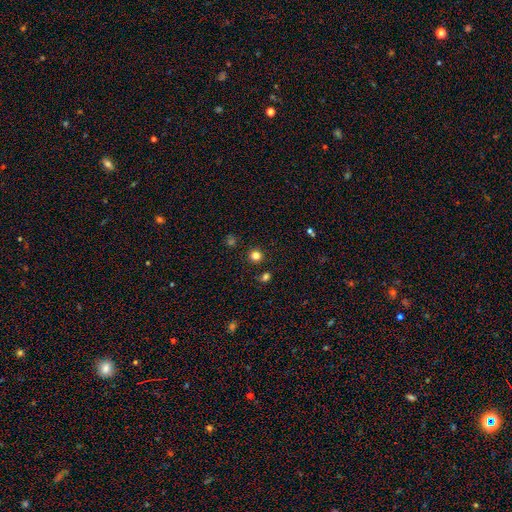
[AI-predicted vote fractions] Smooth or featured? Predicted: smooth (p=0.80). How rounded? Predicted: round (p=0.93). Merging? Predicted: none (p=0.89).